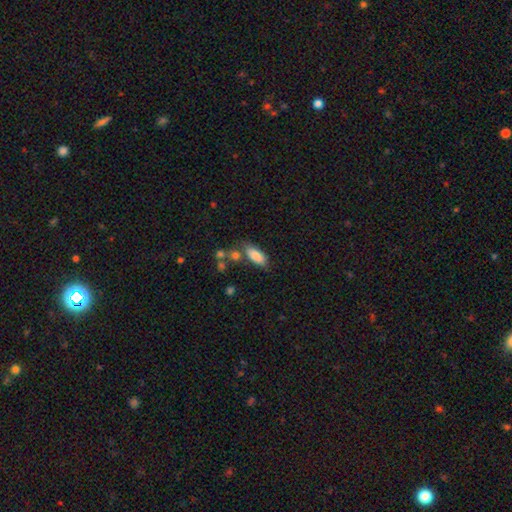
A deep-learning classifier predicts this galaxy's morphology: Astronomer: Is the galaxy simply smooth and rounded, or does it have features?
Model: smooth — 84%.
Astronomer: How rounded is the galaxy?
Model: in between — 78%.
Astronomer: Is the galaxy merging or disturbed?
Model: none — 66%.